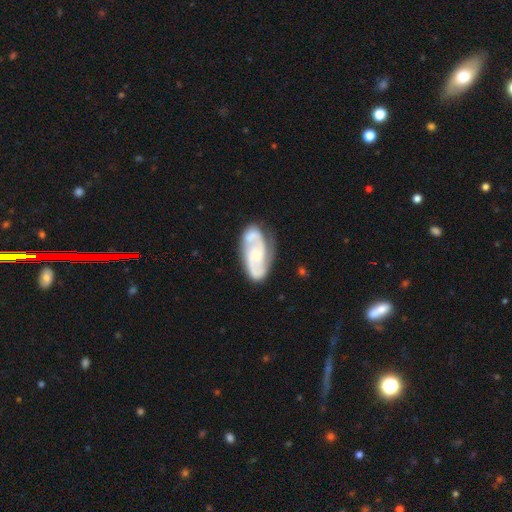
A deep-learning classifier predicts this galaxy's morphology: Q: Smooth or featured?
A: featured or disk (83%); runner-up: smooth (12%)
Q: Edge-on disk?
A: no (96%); runner-up: yes (4%)
Q: Bar?
A: no (58%); runner-up: weak (33%)
Q: Spiral arms?
A: yes (96%); runner-up: no (4%)
Q: Spiral winding?
A: medium (50%); runner-up: tight (36%)
Q: Spiral arm count?
A: 2 (80%); runner-up: 3 (8%)
Q: Bulge size?
A: small (52%); runner-up: moderate (40%)
Q: Merging?
A: none (71%); runner-up: minor disturbance (18%)